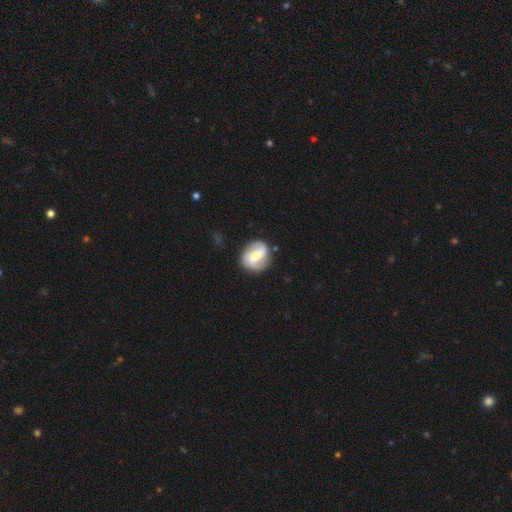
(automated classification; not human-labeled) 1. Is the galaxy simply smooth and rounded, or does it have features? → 61% featured or disk, 33% smooth, 6% star or artifact.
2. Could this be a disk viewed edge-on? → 97% no, 3% yes.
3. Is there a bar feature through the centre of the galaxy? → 42% weak, 34% strong, 24% no.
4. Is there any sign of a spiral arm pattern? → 84% yes, 16% no.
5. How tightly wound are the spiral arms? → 39% medium, 36% loose, 25% tight.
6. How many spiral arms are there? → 83% 2, 8% can't tell, 4% 1, 2% 3, 1% 4, 1% more than 4.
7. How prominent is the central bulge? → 44% moderate, 38% small, 10% large, 6% none, 2% dominant.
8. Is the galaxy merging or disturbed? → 76% none, 16% minor disturbance, 6% major disturbance, 2% merger.